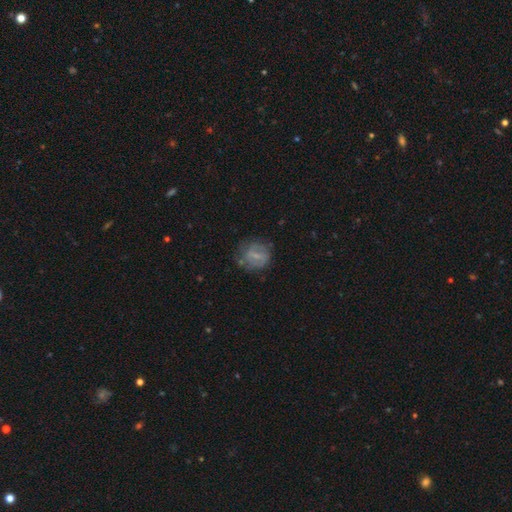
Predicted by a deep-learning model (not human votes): A featured or disk galaxy (47%).

Vote fractions:
- Smooth or featured? featured or disk: 47% / smooth: 44% / star or artifact: 9%
- Merging? none: 60% / minor disturbance: 23% / major disturbance: 14% / merger: 3%